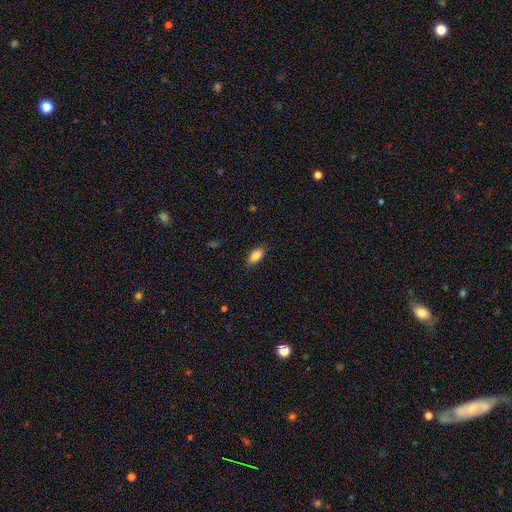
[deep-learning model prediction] Overall: smooth (86%). How rounded: in between (91%). Merging: none (83%).